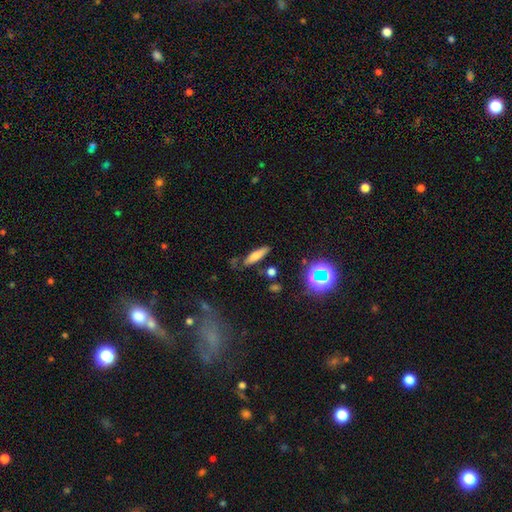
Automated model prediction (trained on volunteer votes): Morphology: type=smooth (67%); roundness=cigar-shaped (69%); merging=none (73%).